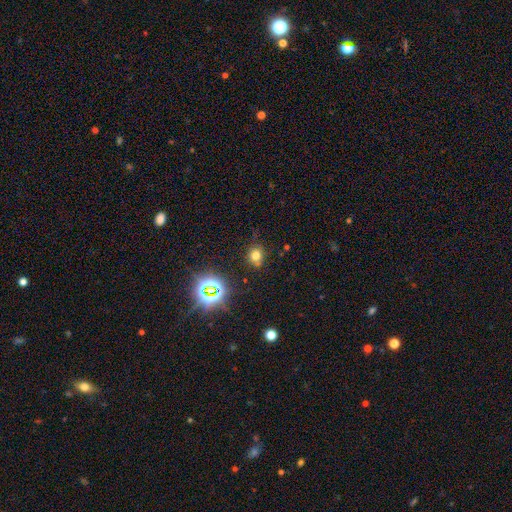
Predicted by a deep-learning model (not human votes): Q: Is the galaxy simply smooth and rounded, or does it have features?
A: smooth — 68%.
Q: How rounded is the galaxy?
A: round — 70%.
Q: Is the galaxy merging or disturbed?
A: none — 76%.